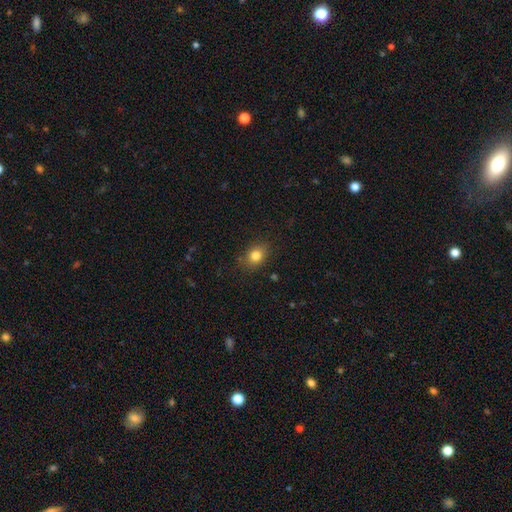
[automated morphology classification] Smooth or featured? smooth (82%)
How rounded? in between (55%)
Merging? none (83%)